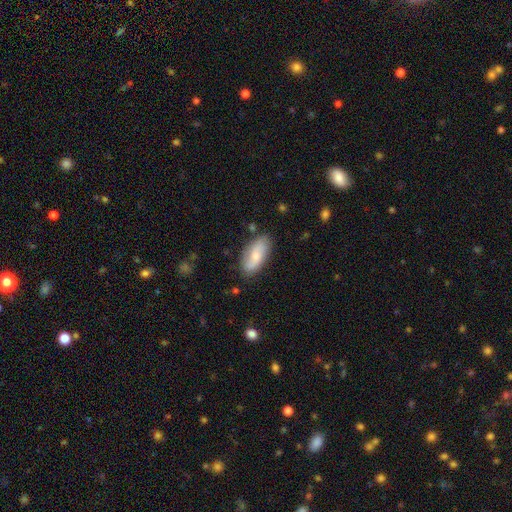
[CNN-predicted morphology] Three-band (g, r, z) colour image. It shows a smooth galaxy with no disk features (61%) that is in between round and cigar-shaped (87%). Merging: none (79%).